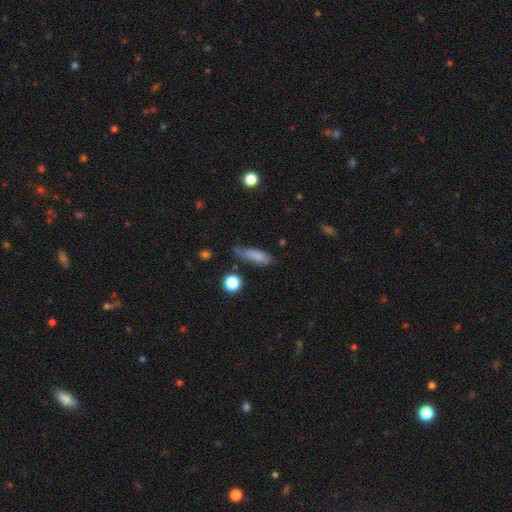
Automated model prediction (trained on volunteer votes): Smooth or featured: smooth — 76% (featured or disk — 14%)
How rounded: in between — 49% (cigar-shaped — 47%)
Merging: none — 55% (minor disturbance — 30%)